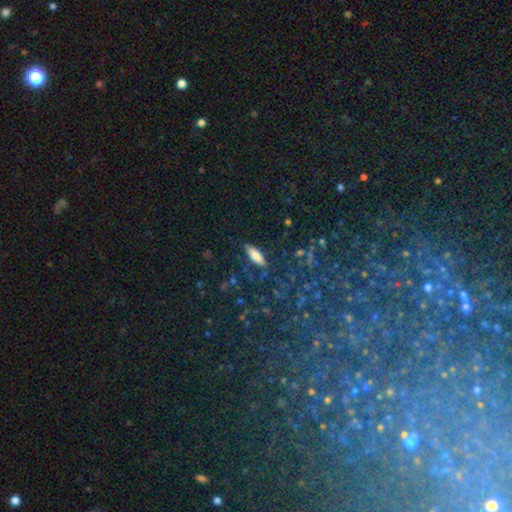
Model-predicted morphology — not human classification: Q: Smooth or featured?
A: smooth (73%); runner-up: featured or disk (16%)
Q: How rounded?
A: in between (58%); runner-up: cigar-shaped (39%)
Q: Merging?
A: none (81%); runner-up: minor disturbance (13%)